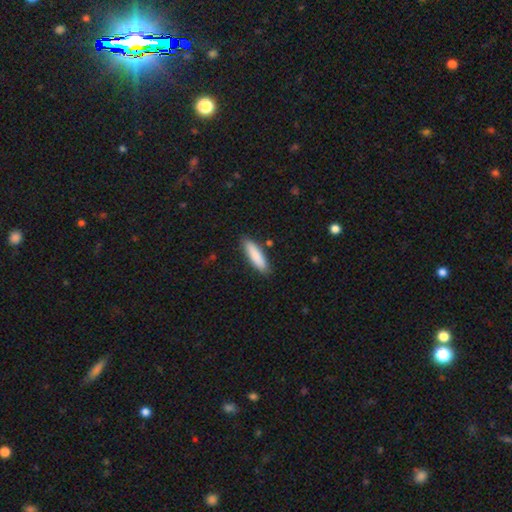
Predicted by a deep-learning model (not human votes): The model was most divided on "how rounded": cigar-shaped: 69%, in between: 30%, round: 1%. More confident: merging — none (86%); smooth or featured — smooth (86%).